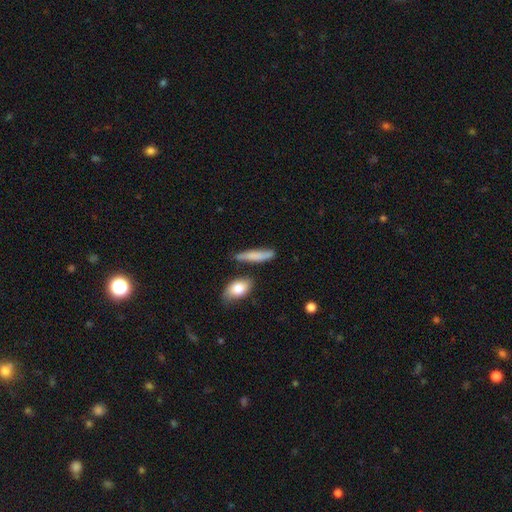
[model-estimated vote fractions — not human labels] smooth-or-featured: smooth: 75% | featured or disk: 18% | star or artifact: 7%
  how-rounded: cigar-shaped: 78% | in between: 20% | round: 3%
  merging: none: 69% | minor disturbance: 19% | merger: 8% | major disturbance: 5%